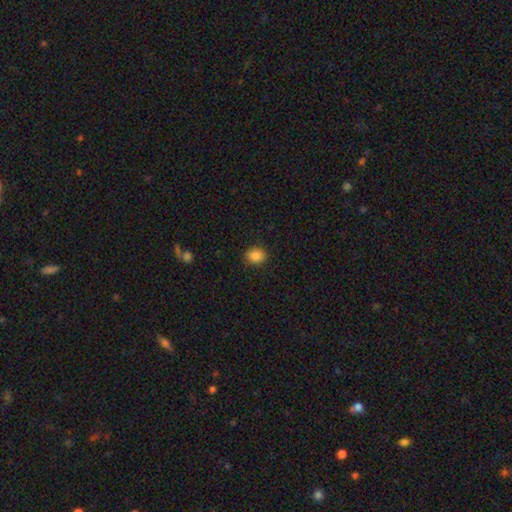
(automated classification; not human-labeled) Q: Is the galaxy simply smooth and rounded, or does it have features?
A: smooth — 86%.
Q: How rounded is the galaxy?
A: round — 55%.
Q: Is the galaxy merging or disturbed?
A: none — 88%.